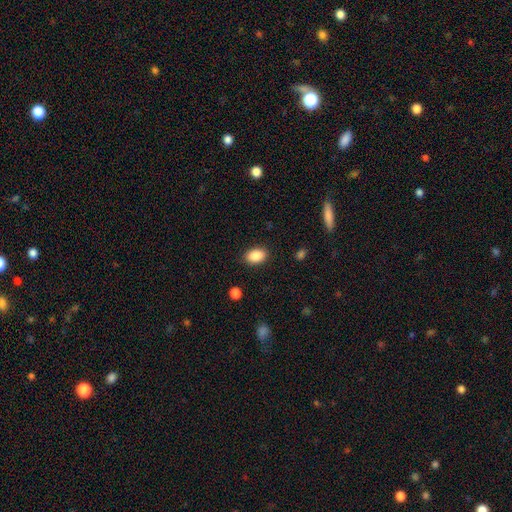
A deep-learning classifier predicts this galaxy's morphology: type=smooth (89%); roundness=in between (87%); merging=none (87%).